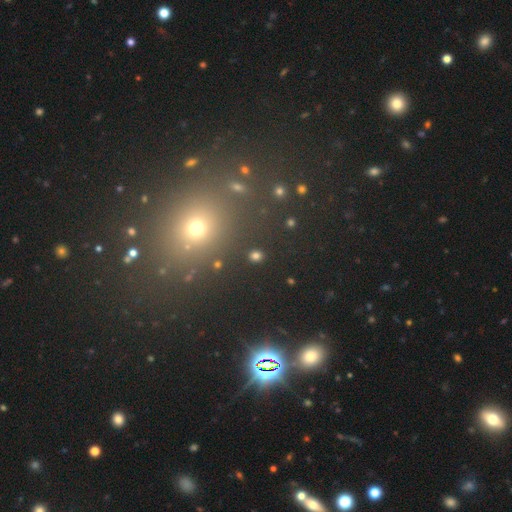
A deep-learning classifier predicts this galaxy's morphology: smooth 75%, star or artifact 20%, featured or disk 5%. Down the decision tree: how rounded — round (70%); merging — none (88%).